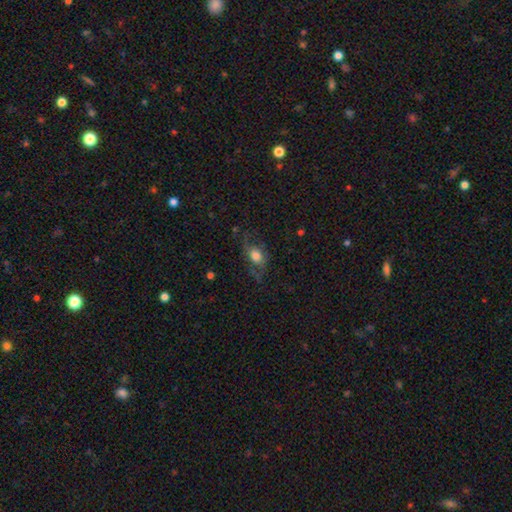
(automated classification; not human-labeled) Overall: smooth (51%; featured or disk 40%). How rounded: in between (65%; round 31%). Merging: none (54%; minor disturbance 23%).